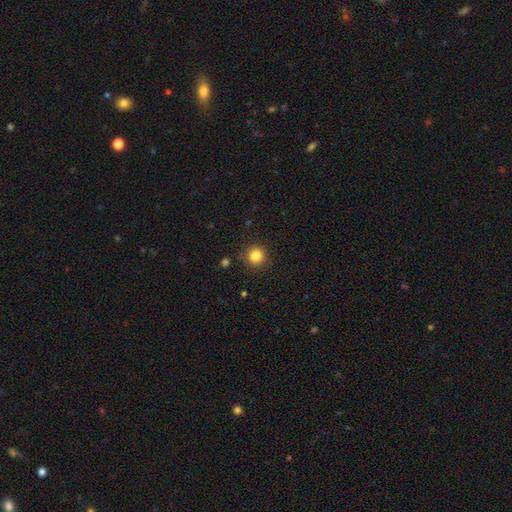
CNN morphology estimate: smooth-or-featured: smooth: 84% | star or artifact: 11% | featured or disk: 4%
  how-rounded: round: 93% | in between: 6% | cigar-shaped: 1%
  merging: none: 89% | minor disturbance: 7% | major disturbance: 2% | merger: 2%